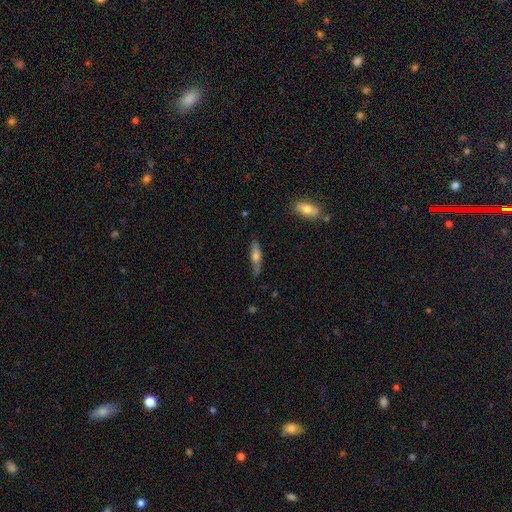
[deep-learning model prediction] smooth 52%, featured or disk 41%, star or artifact 7%. Down the decision tree: how rounded — cigar-shaped (77%); merging — none (78%).